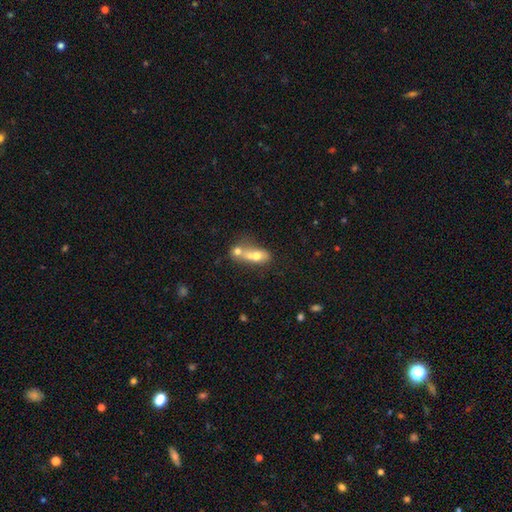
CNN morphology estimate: A smooth galaxy with no disk features (62%) that is in between round and cigar-shaped (61%). Merging: merger (72%).